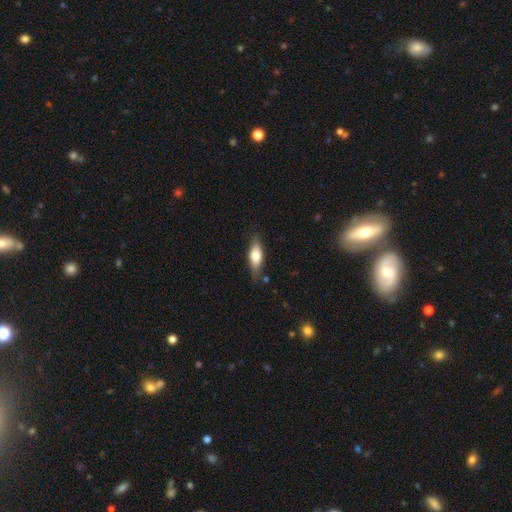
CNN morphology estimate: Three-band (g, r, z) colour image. It shows a smooth galaxy with no disk features (63%) that is in between round and cigar-shaped (65%). Merging: none (76%).